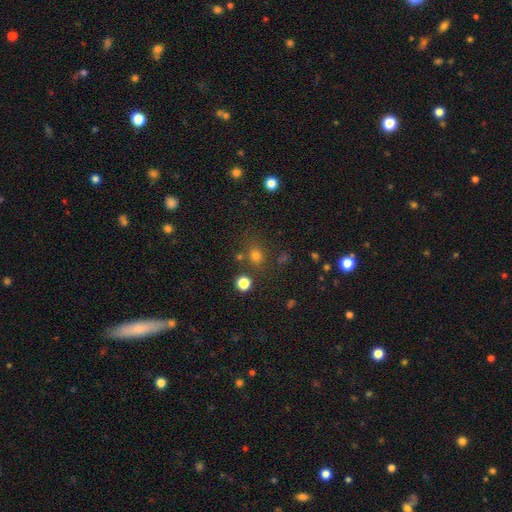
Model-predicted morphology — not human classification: Smooth or featured: smooth — 70% (star or artifact — 23%)
How rounded: round — 81% (in between — 18%)
Merging: none — 76% (minor disturbance — 11%)